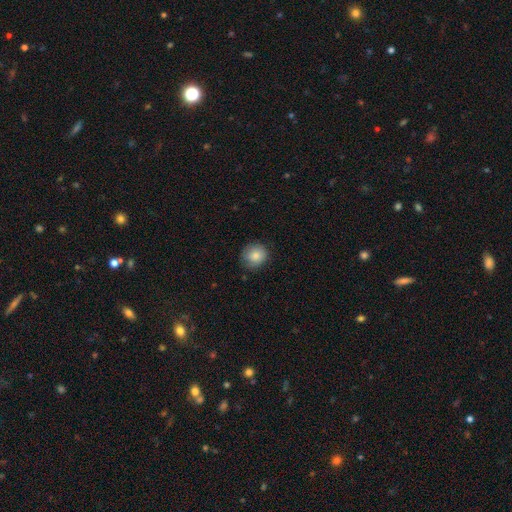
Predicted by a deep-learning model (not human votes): smooth 85%, star or artifact 8%, featured or disk 7%. Down the decision tree: how rounded — round (87%); merging — none (80%).